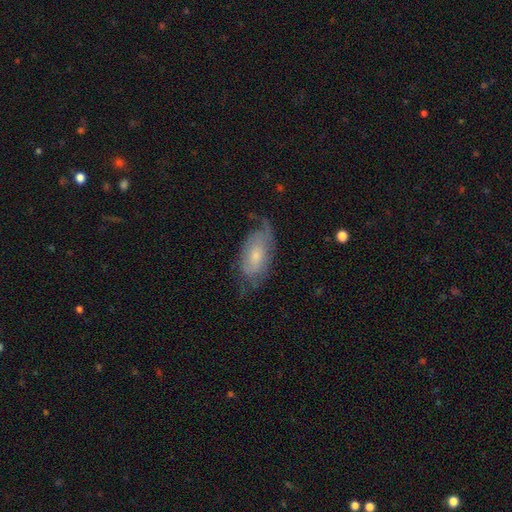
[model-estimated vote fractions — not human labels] A featured or disk galaxy (54%). Merging: none (52%).